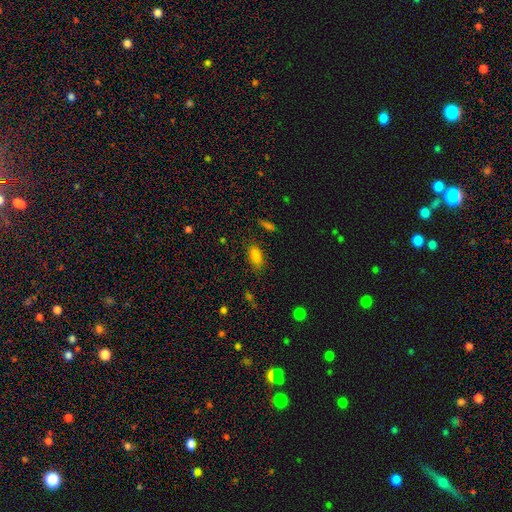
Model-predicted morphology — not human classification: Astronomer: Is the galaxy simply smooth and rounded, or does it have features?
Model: smooth — 83%.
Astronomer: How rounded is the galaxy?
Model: in between — 88%.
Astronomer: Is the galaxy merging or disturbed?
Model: none — 82%.